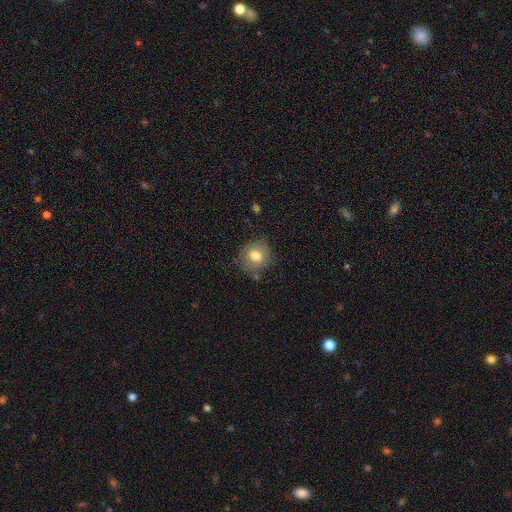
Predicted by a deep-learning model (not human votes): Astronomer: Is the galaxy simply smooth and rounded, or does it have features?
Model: smooth — 76%.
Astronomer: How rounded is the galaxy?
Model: round — 85%.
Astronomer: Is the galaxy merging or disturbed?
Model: none — 77%.